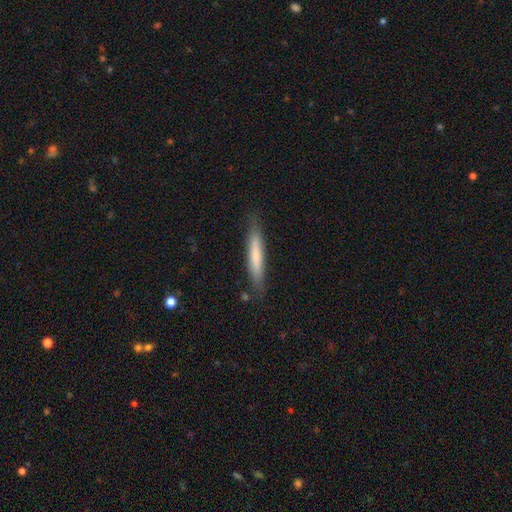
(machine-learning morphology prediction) Q: Smooth or featured?
A: smooth (67%); runner-up: featured or disk (27%)
Q: How rounded?
A: cigar-shaped (93%); runner-up: in between (6%)
Q: Merging?
A: none (84%); runner-up: minor disturbance (12%)